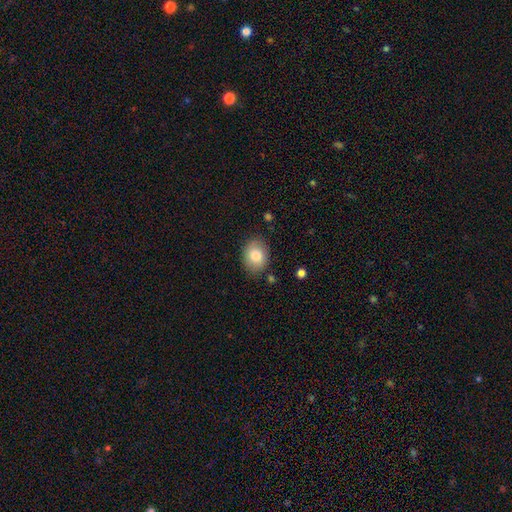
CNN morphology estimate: Smooth or featured?
  - smooth: 80% *
  - featured or disk: 12%
  - star or artifact: 8%
How rounded?
  - in between: 61% *
  - round: 38%
  - cigar-shaped: 1%
Merging?
  - none: 83% *
  - minor disturbance: 12%
  - major disturbance: 3%
  - merger: 2%